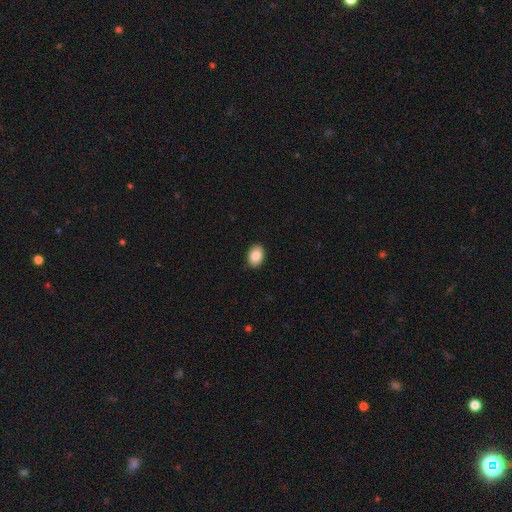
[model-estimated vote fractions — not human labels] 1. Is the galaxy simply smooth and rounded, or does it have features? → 86% smooth, 7% star or artifact, 7% featured or disk.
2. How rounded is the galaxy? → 82% in between, 17% round, 1% cigar-shaped.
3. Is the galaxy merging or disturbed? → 90% none, 7% minor disturbance, 2% major disturbance, 1% merger.